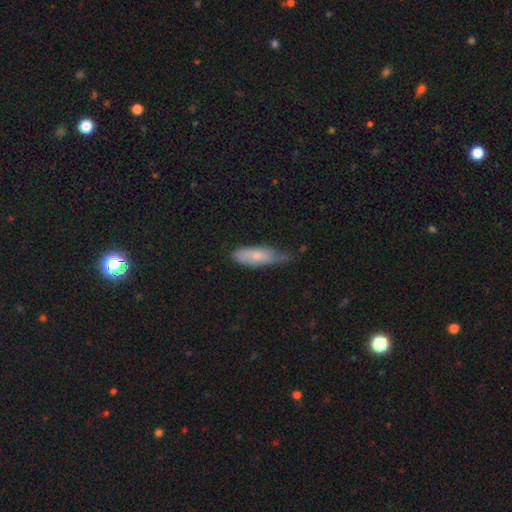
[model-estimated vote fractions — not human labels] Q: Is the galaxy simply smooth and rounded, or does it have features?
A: smooth — 72%.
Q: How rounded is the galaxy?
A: in between — 56%.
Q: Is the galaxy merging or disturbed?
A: minor disturbance — 46%.